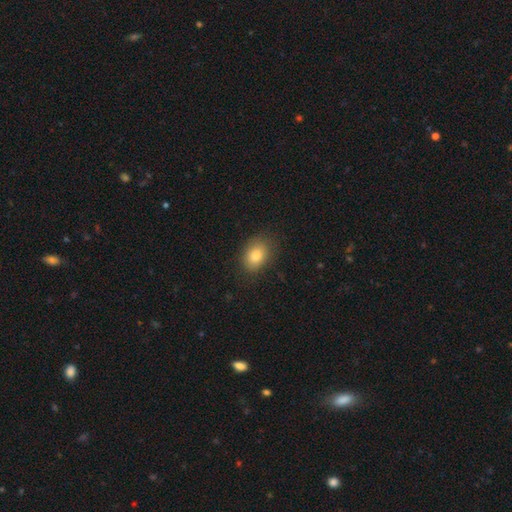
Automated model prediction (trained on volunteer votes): Smooth or featured? smooth (81%)
How rounded? in between (74%)
Merging? none (84%)